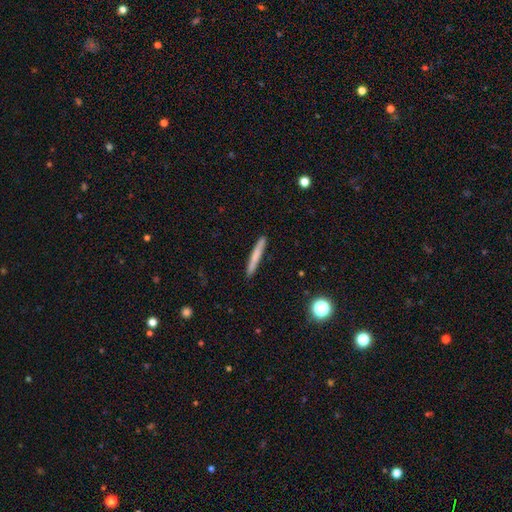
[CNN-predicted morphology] smooth 69%, featured or disk 25%, star or artifact 7%. Down the decision tree: how rounded — cigar-shaped (96%); merging — none (91%).